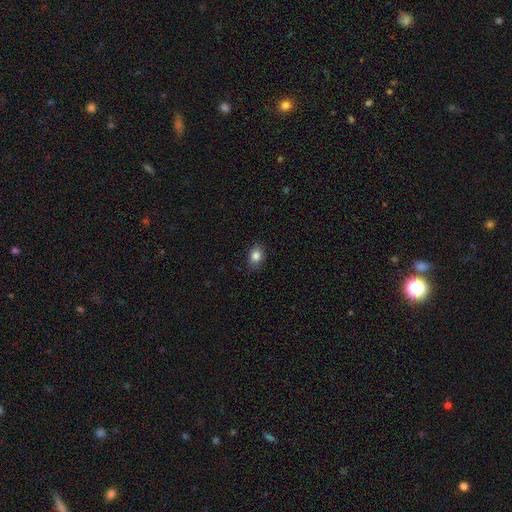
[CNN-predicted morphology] Overall: smooth (85%). How rounded: in between (60%; round 39%). Merging: none (82%).